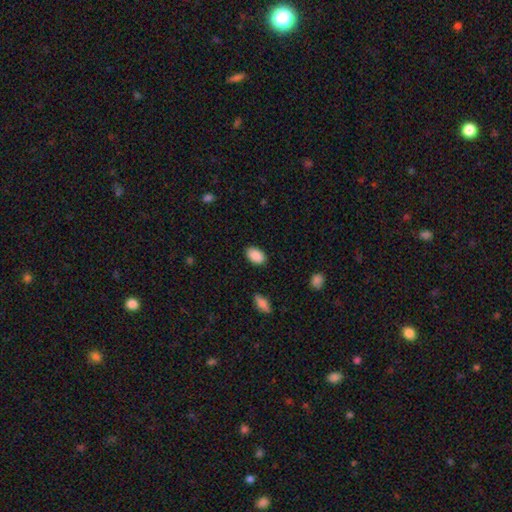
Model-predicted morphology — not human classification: Q: Smooth or featured?
A: smooth (89%); runner-up: star or artifact (7%)
Q: How rounded?
A: in between (90%); runner-up: round (9%)
Q: Merging?
A: none (87%); runner-up: minor disturbance (9%)